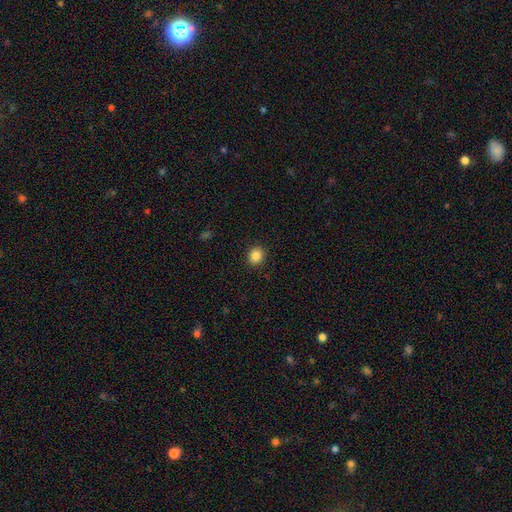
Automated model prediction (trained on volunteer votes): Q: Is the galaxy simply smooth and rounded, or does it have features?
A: smooth — 86%.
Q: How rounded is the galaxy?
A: round — 81%.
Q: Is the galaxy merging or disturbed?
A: none — 91%.